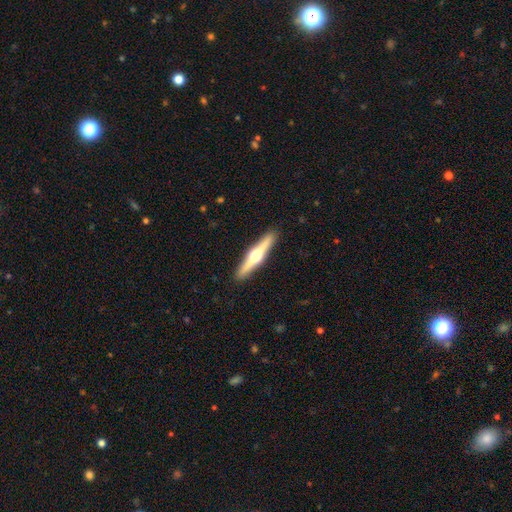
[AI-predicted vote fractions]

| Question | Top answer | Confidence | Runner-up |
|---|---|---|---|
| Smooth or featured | featured or disk | 70% | smooth (25%) |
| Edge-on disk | yes | 98% | no (2%) |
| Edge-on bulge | rounded | 96% | boxy (2%) |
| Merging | none | 92% | minor disturbance (6%) |